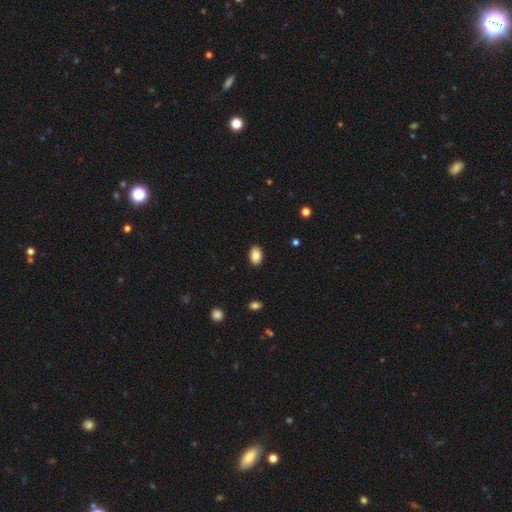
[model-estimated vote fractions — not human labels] Smooth or featured: smooth — 86% (star or artifact — 8%)
How rounded: in between — 87% (round — 12%)
Merging: none — 89% (minor disturbance — 8%)